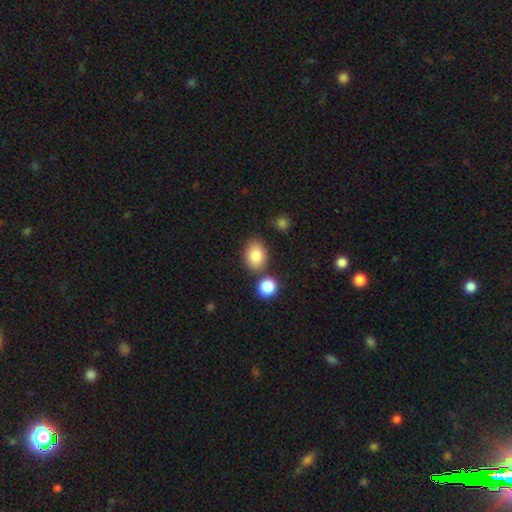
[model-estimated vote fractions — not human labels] A smooth galaxy with no disk features (84%) that is in between round and cigar-shaped (72%).

Vote fractions:
- Smooth or featured? smooth: 84% / star or artifact: 8% / featured or disk: 8%
- How rounded? in between: 72% / round: 27% / cigar-shaped: 1%
- Merging? none: 74% / minor disturbance: 12% / merger: 11% / major disturbance: 3%